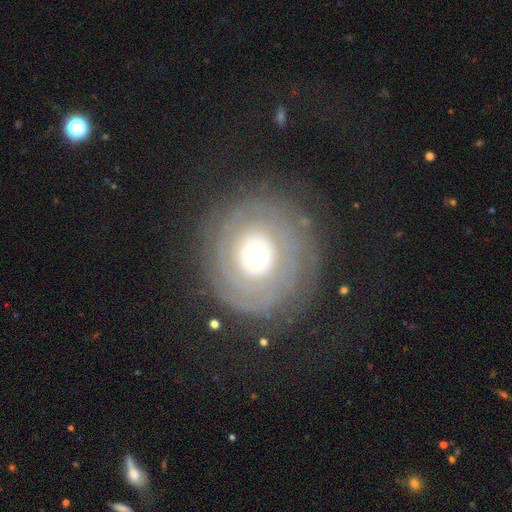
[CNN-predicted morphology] The model was most divided on "spiral arm count": can't tell: 41%, 2: 24%, 3: 11%, 1: 8%, more than 4: 8%, 4: 7%. More confident: edge-on disk — no (97%); bar — no (86%); spiral winding — tight (81%); merging — none (78%); spiral arms — yes (74%); smooth or featured — featured or disk (73%); bulge size — moderate (57%).